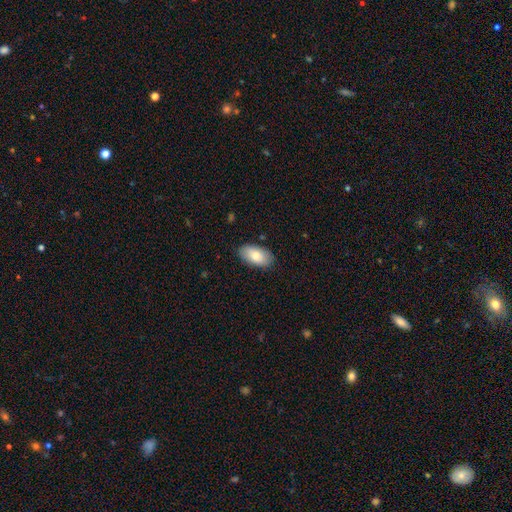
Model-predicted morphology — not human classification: smooth-or-featured: smooth: 79% | featured or disk: 15% | star or artifact: 6%
  how-rounded: in between: 95% | round: 3% | cigar-shaped: 2%
  merging: none: 86% | minor disturbance: 11% | major disturbance: 2% | merger: 1%